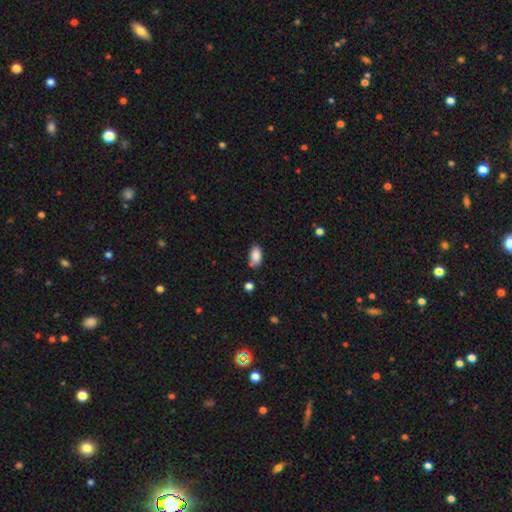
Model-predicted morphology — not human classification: smooth-or-featured: smooth: 87% | star or artifact: 8% | featured or disk: 5%
  how-rounded: in between: 92% | round: 5% | cigar-shaped: 3%
  merging: none: 67% | minor disturbance: 21% | merger: 8% | major disturbance: 4%